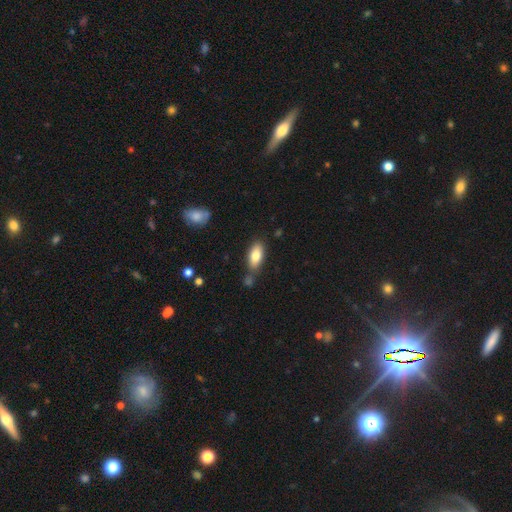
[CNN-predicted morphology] The model was most divided on "merging": none: 70%, minor disturbance: 16%, merger: 10%, major disturbance: 4%. More confident: how rounded — in between (87%); smooth or featured — smooth (82%).